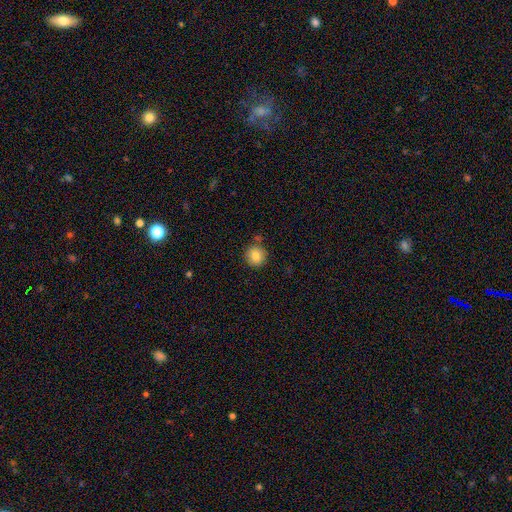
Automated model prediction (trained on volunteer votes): This is clearly a smooth galaxy (84%). How rounded: clearly round (93%). Merging: clearly none (82%).